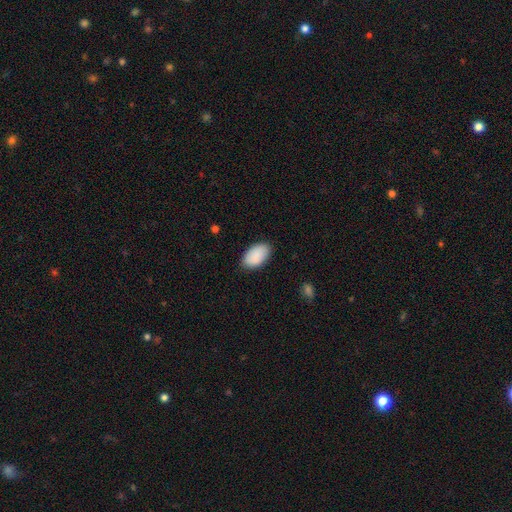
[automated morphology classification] Smooth or featured?
  - smooth: 90% *
  - star or artifact: 6%
  - featured or disk: 4%
How rounded?
  - in between: 95% *
  - round: 4%
  - cigar-shaped: 1%
Merging?
  - none: 85% *
  - minor disturbance: 12%
  - major disturbance: 2%
  - merger: 1%